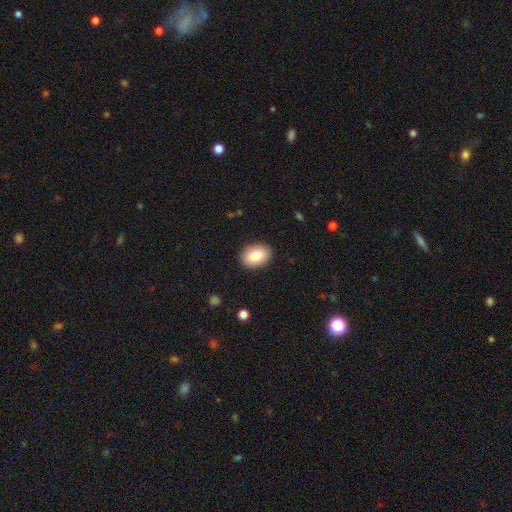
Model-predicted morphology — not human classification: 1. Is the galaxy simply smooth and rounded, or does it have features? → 81% smooth, 12% featured or disk, 7% star or artifact.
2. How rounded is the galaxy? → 78% in between, 21% round, 1% cigar-shaped.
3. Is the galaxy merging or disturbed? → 89% none, 8% minor disturbance, 2% major disturbance, 1% merger.